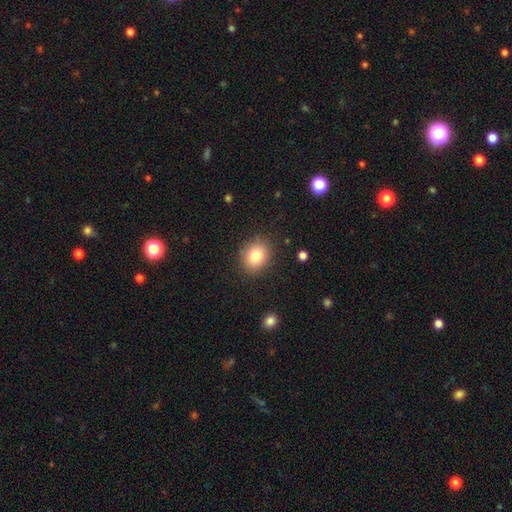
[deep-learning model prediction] Smooth or featured: smooth — 83% (star or artifact — 10%)
How rounded: round — 58% (in between — 41%)
Merging: none — 87% (minor disturbance — 9%)